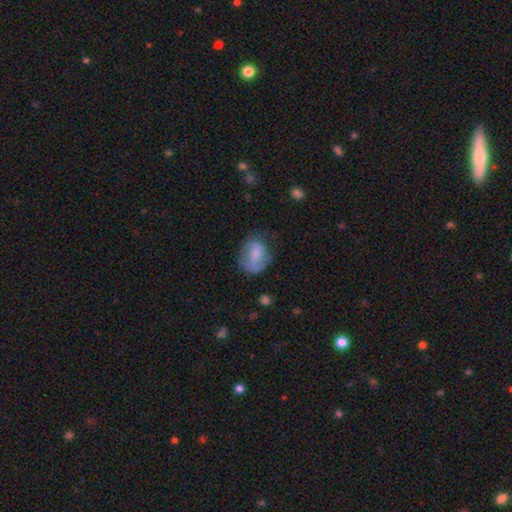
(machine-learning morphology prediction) A smooth galaxy with no disk features (62%) that is in between round and cigar-shaped (54%).

Vote fractions:
- Smooth or featured? smooth: 62% / featured or disk: 29% / star or artifact: 8%
- How rounded? in between: 54% / round: 45% / cigar-shaped: 1%
- Merging? none: 50% / minor disturbance: 29% / major disturbance: 19% / merger: 2%